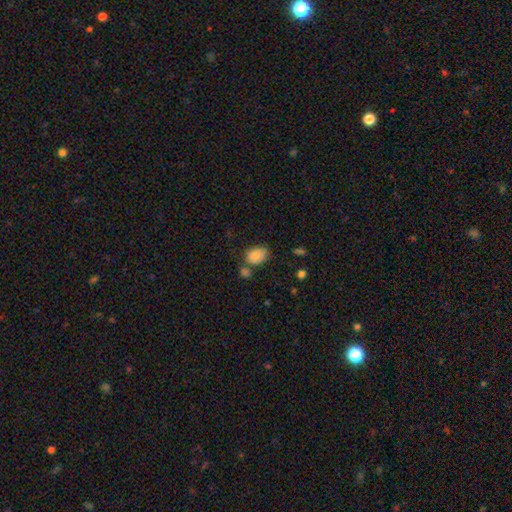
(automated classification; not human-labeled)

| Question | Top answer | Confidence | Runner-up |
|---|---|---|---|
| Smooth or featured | smooth | 83% | featured or disk (9%) |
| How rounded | in between | 81% | round (18%) |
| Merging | none | 59% | minor disturbance (21%) |